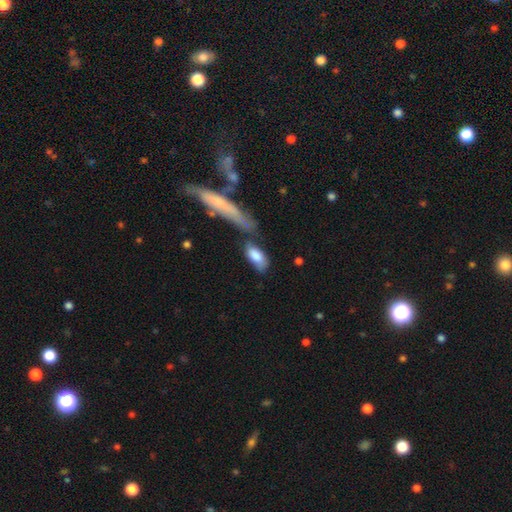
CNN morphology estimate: Smooth or featured?
  - smooth: 79% *
  - featured or disk: 15%
  - star or artifact: 6%
How rounded?
  - in between: 87% *
  - cigar-shaped: 11%
  - round: 3%
Merging?
  - none: 45% *
  - minor disturbance: 24%
  - merger: 20%
  - major disturbance: 12%